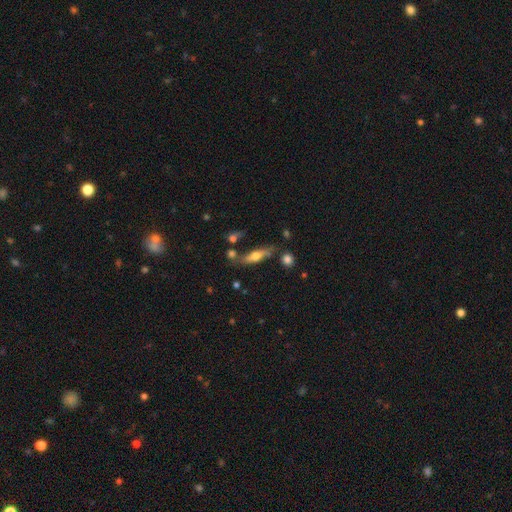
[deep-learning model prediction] A smooth galaxy with no disk features (48%). Merging: none (62%).